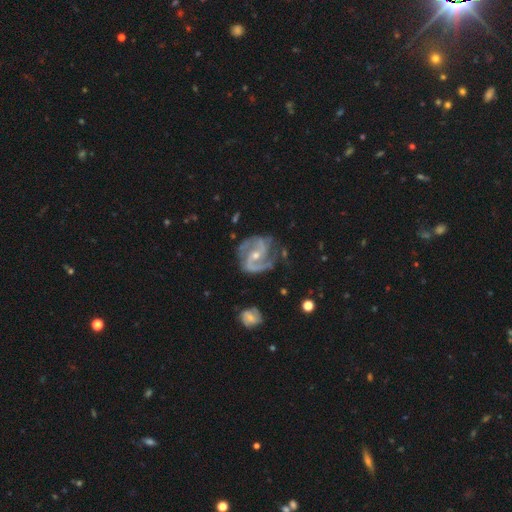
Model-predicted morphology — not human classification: Smooth or featured? Predicted: featured or disk (p=0.91). Edge-on disk? Predicted: no (p=0.98). Bar? Predicted: weak (p=0.41). Spiral arms? Predicted: yes (p=0.98). Spiral winding? Predicted: medium (p=0.58). Spiral arm count? Predicted: 2 (p=0.82). Bulge size? Predicted: small (p=0.51). Merging? Predicted: none (p=0.66).